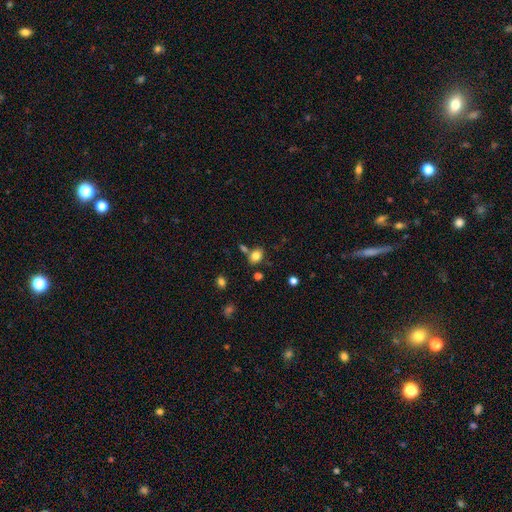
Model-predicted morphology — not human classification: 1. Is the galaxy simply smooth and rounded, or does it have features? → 80% smooth, 11% star or artifact, 8% featured or disk.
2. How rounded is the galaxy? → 66% in between, 33% round, 1% cigar-shaped.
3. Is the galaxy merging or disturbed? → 65% none, 16% merger, 14% minor disturbance, 4% major disturbance.